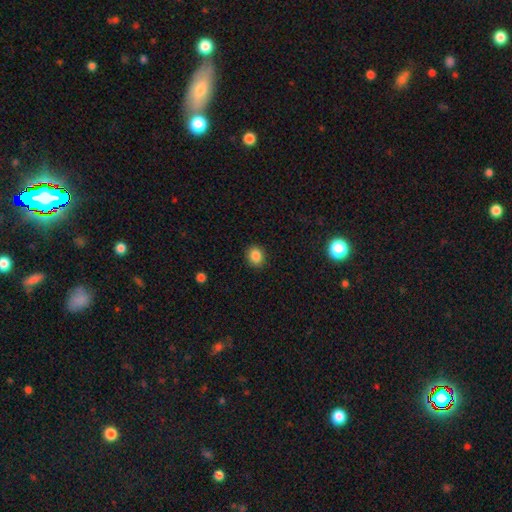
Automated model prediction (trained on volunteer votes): smooth 86%, star or artifact 10%, featured or disk 4%. Down the decision tree: how rounded — round (64%); merging — none (89%).